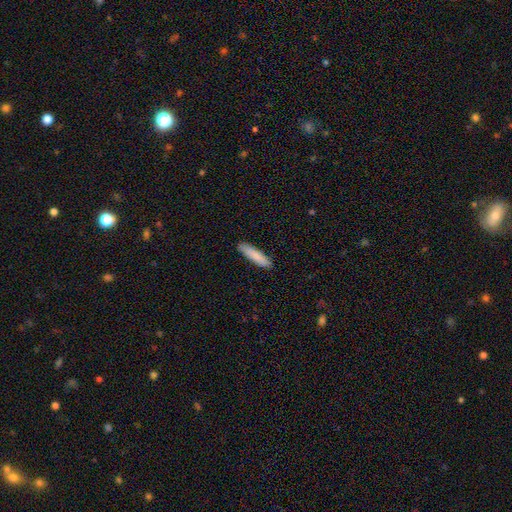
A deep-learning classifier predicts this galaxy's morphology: smooth-or-featured: smooth: 84% | featured or disk: 10% | star or artifact: 5%
  how-rounded: cigar-shaped: 82% | in between: 17% | round: 1%
  merging: none: 90% | minor disturbance: 8% | major disturbance: 2% | merger: 1%